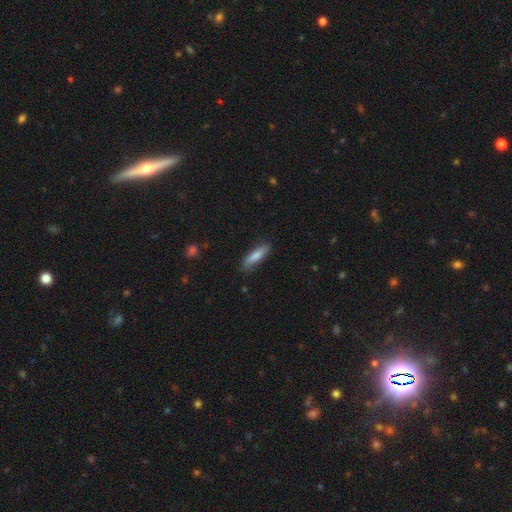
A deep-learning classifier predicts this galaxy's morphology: The model was most divided on "how rounded": cigar-shaped: 68%, in between: 31%, round: 2%. More confident: merging — none (81%); smooth or featured — smooth (81%).